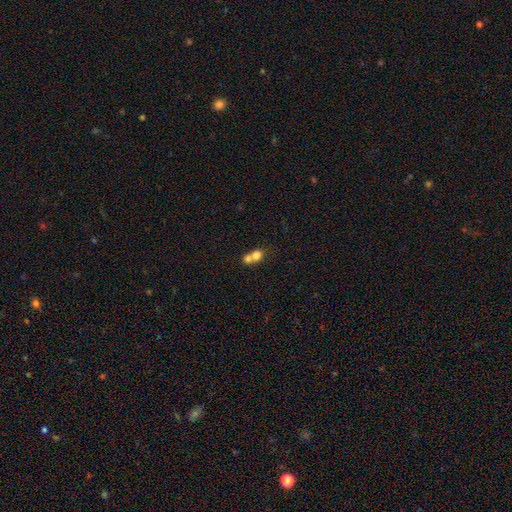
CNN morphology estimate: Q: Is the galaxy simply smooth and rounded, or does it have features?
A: smooth — 75%.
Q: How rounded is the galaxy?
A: round — 67%.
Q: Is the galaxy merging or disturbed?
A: merger — 68%.